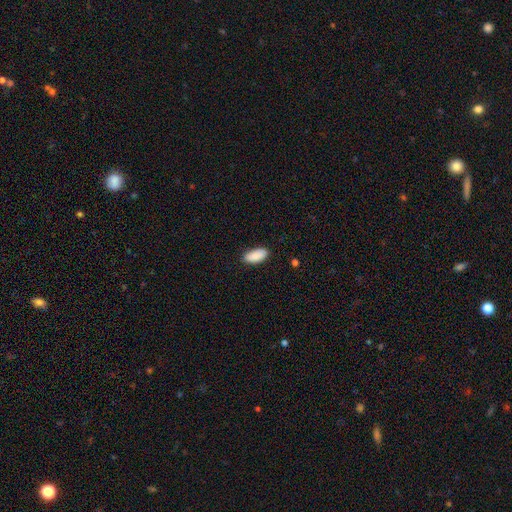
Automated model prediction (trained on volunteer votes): This appears to be a smooth galaxy with no disk features (90%) that is in between round and cigar-shaped (89%). Merging: none (86%).